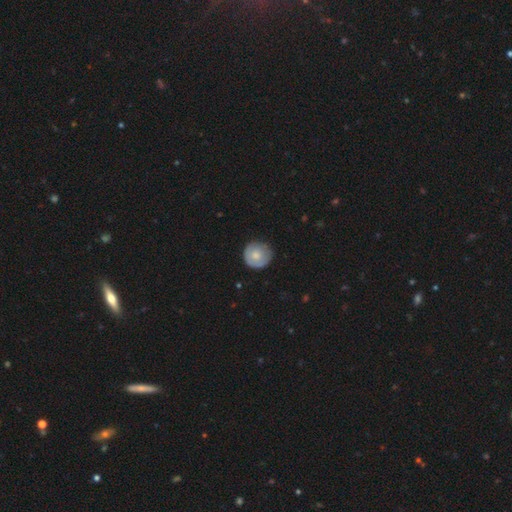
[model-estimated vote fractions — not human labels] A smooth galaxy with no disk features (66%) that is round (93%). Merging: none (78%).